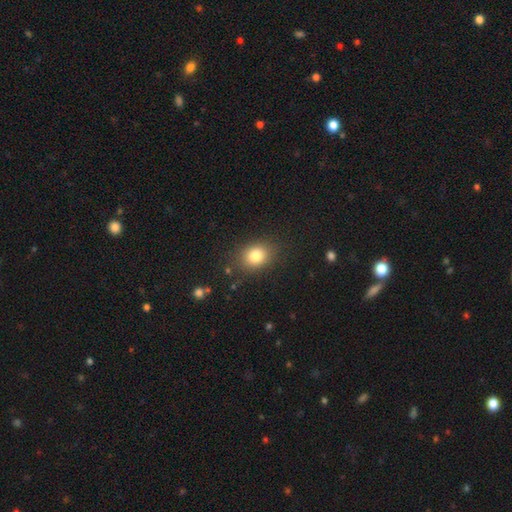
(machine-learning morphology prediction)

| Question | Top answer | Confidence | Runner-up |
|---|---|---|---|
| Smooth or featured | smooth | 81% | star or artifact (11%) |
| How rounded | in between | 50% | round (49%) |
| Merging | none | 84% | minor disturbance (11%) |